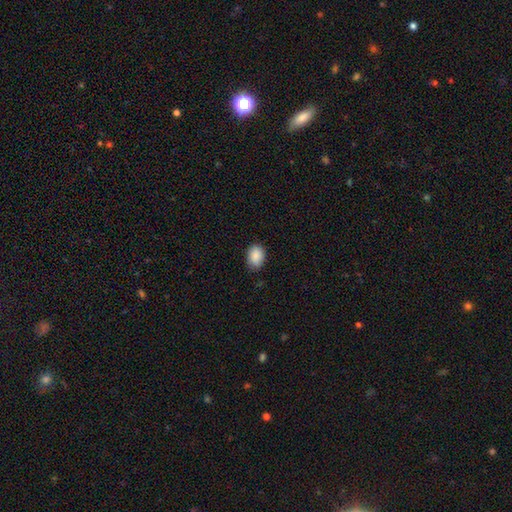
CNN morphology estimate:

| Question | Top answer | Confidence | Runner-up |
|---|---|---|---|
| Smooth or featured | smooth | 89% | star or artifact (7%) |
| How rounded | in between | 76% | round (23%) |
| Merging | none | 78% | minor disturbance (18%) |